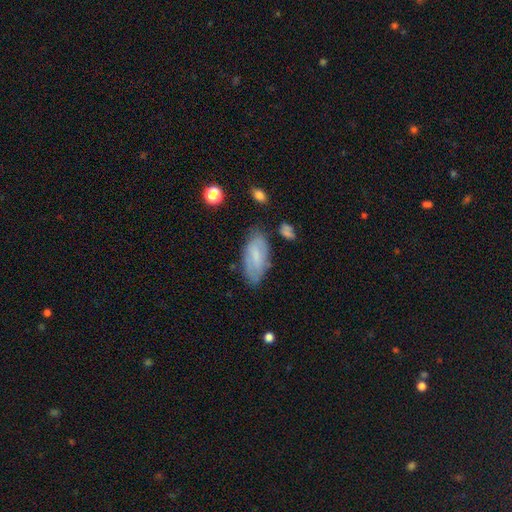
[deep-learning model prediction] Smooth or featured? Predicted: smooth (p=0.63). How rounded? Predicted: in between (p=0.88). Merging? Predicted: none (p=0.70).